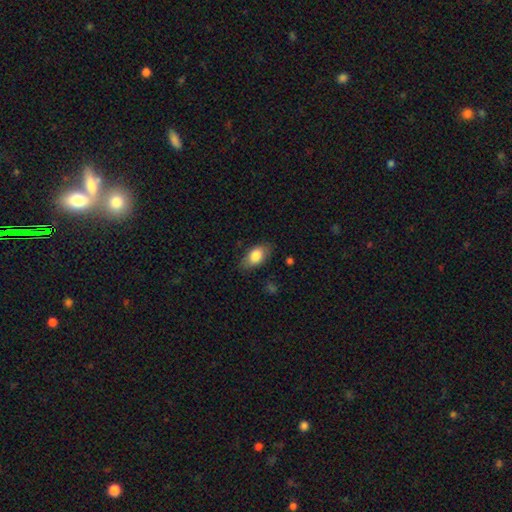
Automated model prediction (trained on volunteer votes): Smooth or featured? Predicted: smooth (p=0.81). How rounded? Predicted: in between (p=0.90). Merging? Predicted: none (p=0.78).